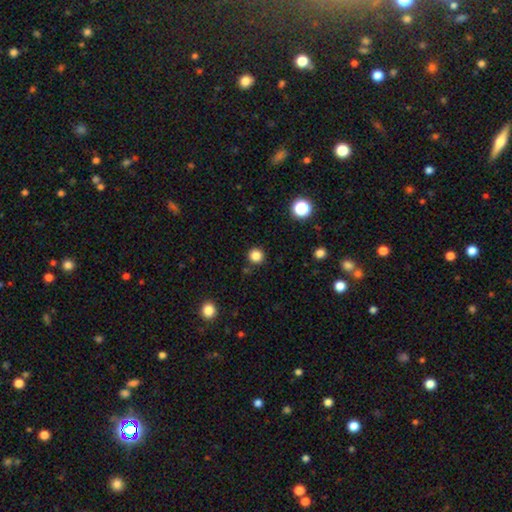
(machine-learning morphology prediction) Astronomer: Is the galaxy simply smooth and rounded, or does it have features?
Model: smooth — 83%.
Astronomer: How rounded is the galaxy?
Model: round — 94%.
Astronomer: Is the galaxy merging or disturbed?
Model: none — 90%.